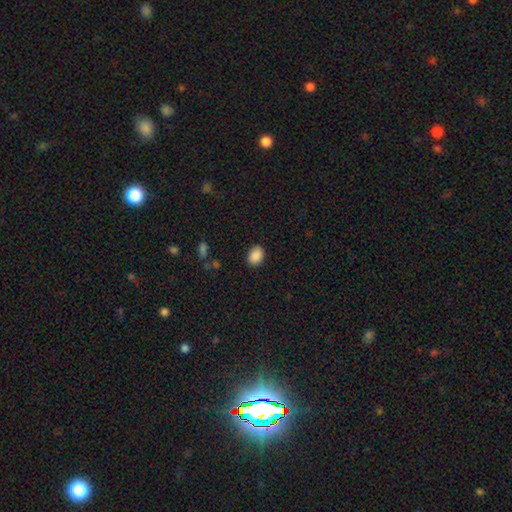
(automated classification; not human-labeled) A smooth galaxy with no disk features (89%) that is in between round and cigar-shaped (67%). Merging: none (87%).